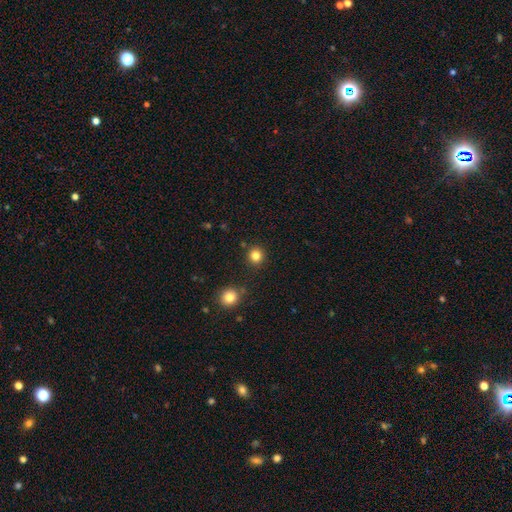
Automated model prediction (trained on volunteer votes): The model was most divided on "smooth or featured": smooth: 83%, star or artifact: 12%, featured or disk: 5%. More confident: how rounded — round (91%); merging — none (88%).